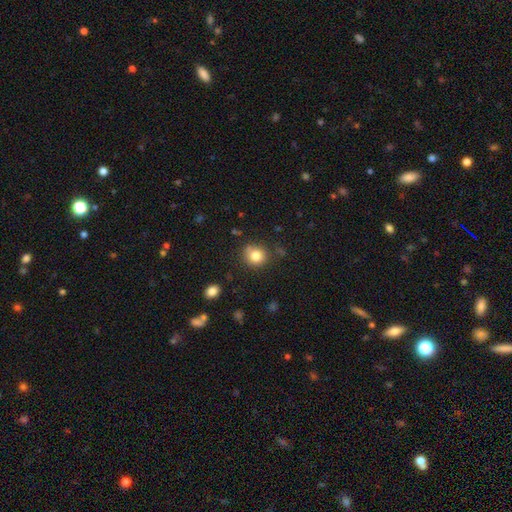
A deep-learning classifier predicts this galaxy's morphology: Overall: smooth (81%). How rounded: round (85%). Merging: none (76%).